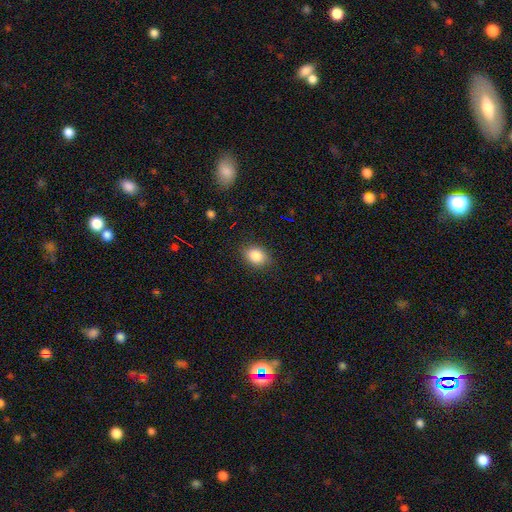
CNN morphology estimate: A smooth galaxy with no disk features (86%) that is in between round and cigar-shaped (65%). Merging: none (85%).